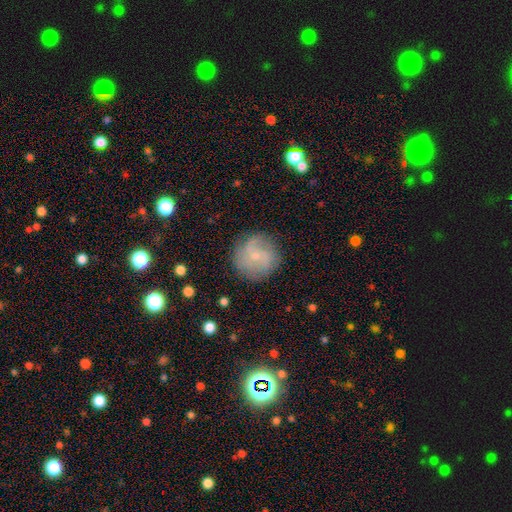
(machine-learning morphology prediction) Q: Smooth or featured?
A: featured or disk (50%); runner-up: smooth (41%)
Q: Merging?
A: none (79%); runner-up: minor disturbance (14%)